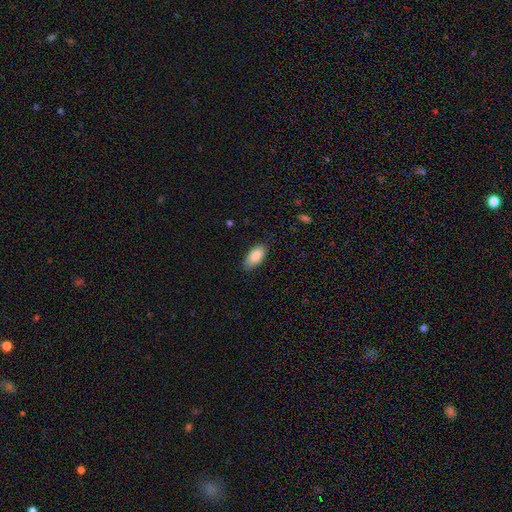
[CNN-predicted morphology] smooth_or_featured: smooth (p=0.89) [alt: star or artifact p=0.06]
how_rounded: in between (p=0.93) [alt: cigar-shaped p=0.05]
merging: none (p=0.83) [alt: minor disturbance p=0.13]